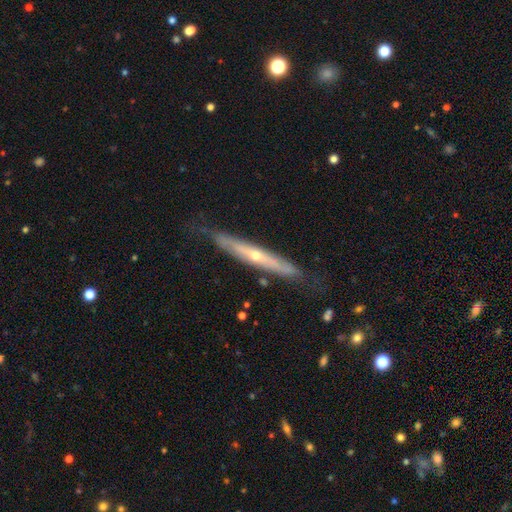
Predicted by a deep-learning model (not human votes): This appears to be a featured or disk galaxy (69%) viewed edge-on (80%) with a rounded central bulge (72%). Merging: none (76%).